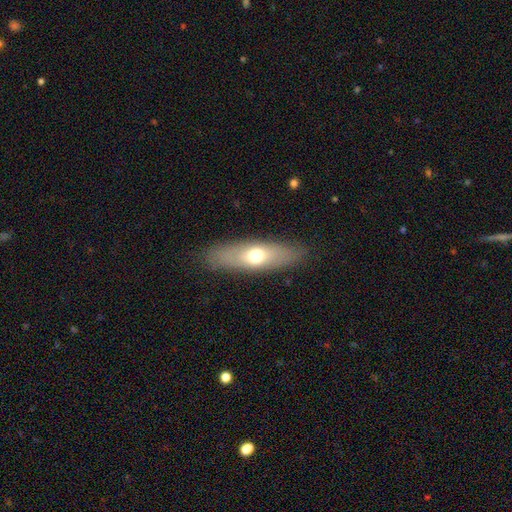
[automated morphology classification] Overall: smooth (59%; featured or disk 34%). How rounded: in between (57%; cigar-shaped 40%). Merging: none (86%).